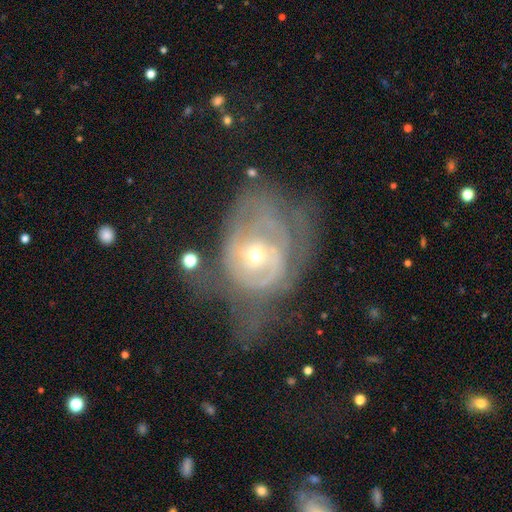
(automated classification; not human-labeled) Smooth or featured? Predicted: featured or disk (p=0.74). Edge-on disk? Predicted: no (p=0.96). Bar? Predicted: no (p=0.75). Spiral arms? Predicted: yes (p=0.69). Bulge size? Predicted: small (p=0.58). Merging? Predicted: major disturbance (p=0.45).